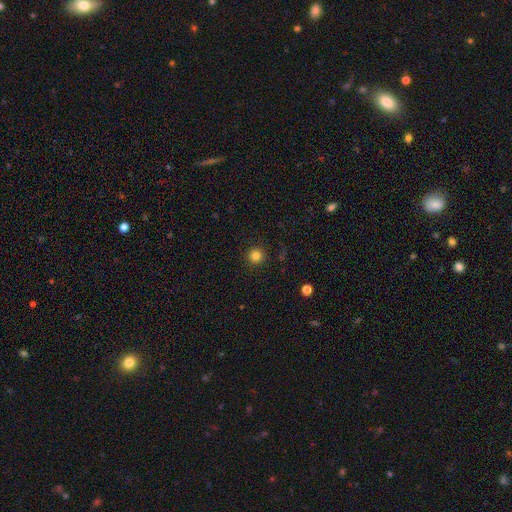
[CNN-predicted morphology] Overall: smooth (82%). How rounded: round (95%). Merging: none (92%).